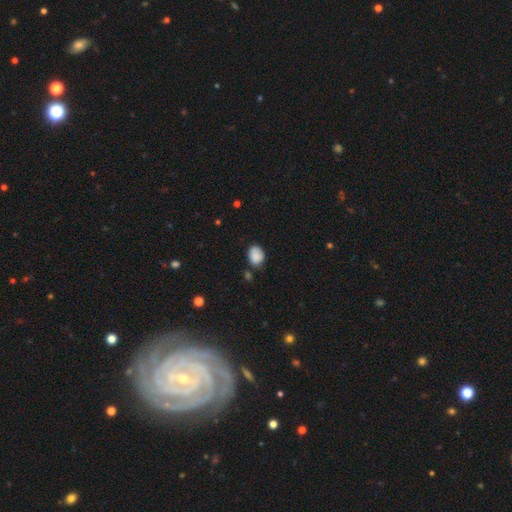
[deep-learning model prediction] Morphology: type=smooth (88%); roundness=in between (65%); merging=none (69%).